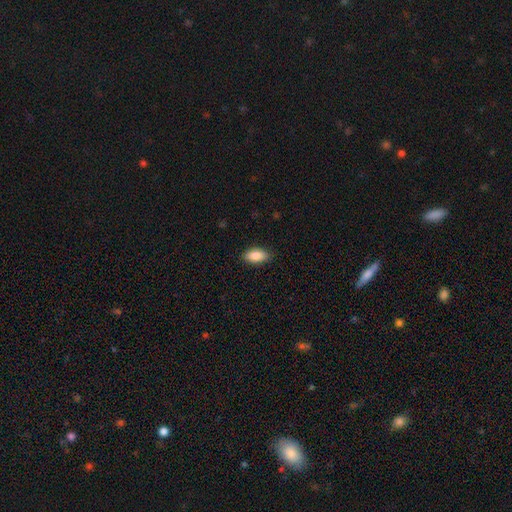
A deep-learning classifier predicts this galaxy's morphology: This appears to be a smooth galaxy with no disk features (87%) that is in between round and cigar-shaped (91%). Merging: none (87%).